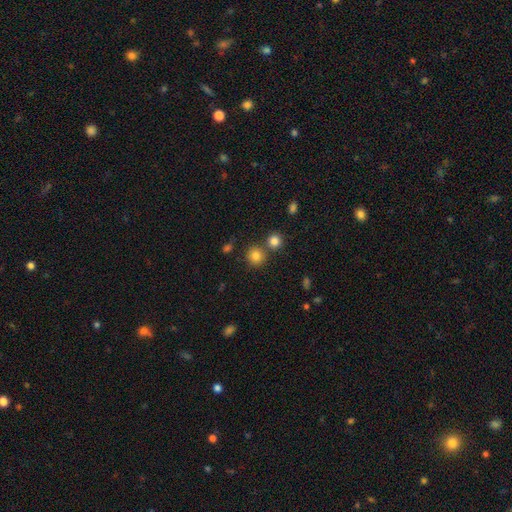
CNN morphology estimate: This appears to be a smooth galaxy with no disk features (81%) that is round (90%). Merging: none (72%).